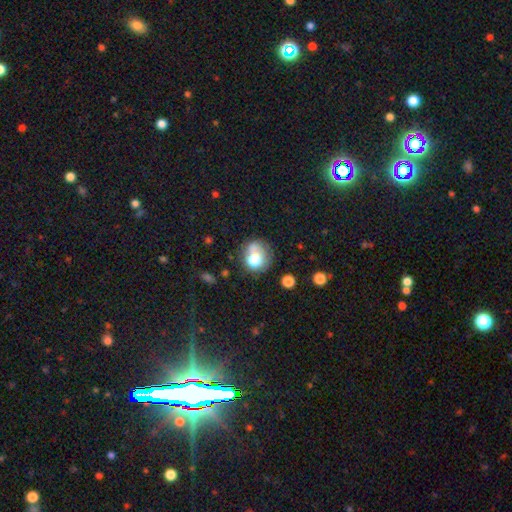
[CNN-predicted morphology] A smooth galaxy with no disk features (70%) that is round (74%). Merging: none (46%).